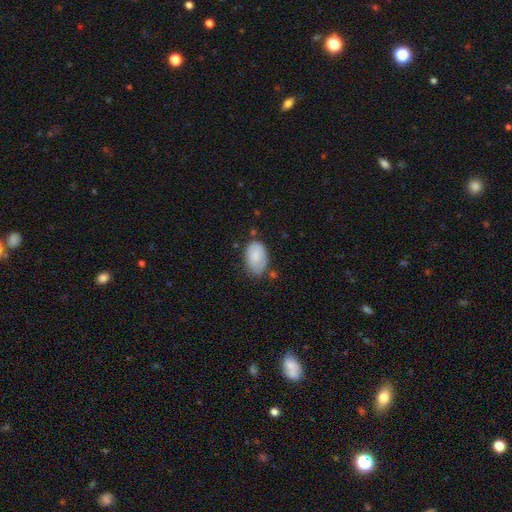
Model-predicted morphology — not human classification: A smooth galaxy with no disk features (81%) that is in between round and cigar-shaped (91%).

Vote fractions:
- Smooth or featured? smooth: 81% / featured or disk: 12% / star or artifact: 6%
- How rounded? in between: 91% / round: 8% / cigar-shaped: 1%
- Merging? none: 58% / minor disturbance: 30% / major disturbance: 7% / merger: 5%